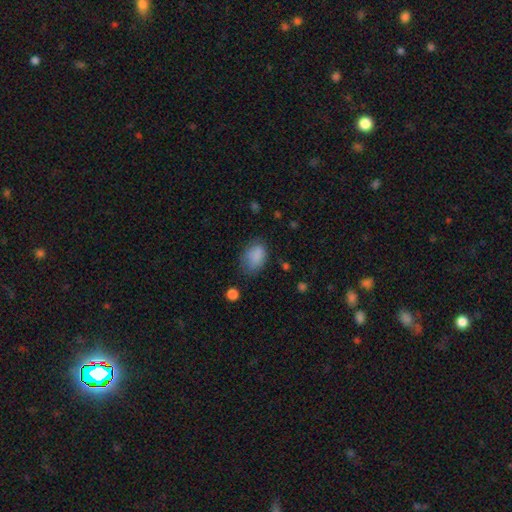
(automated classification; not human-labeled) A smooth galaxy with no disk features (85%) that is in between round and cigar-shaped (80%). Merging: none (61%).